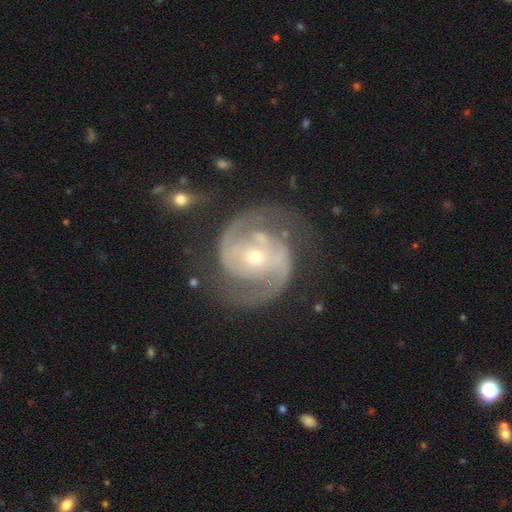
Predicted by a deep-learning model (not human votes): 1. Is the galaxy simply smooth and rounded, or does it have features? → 92% featured or disk, 5% star or artifact, 4% smooth.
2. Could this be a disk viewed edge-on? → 98% no, 2% yes.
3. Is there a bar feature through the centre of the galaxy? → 50% no, 30% weak, 20% strong.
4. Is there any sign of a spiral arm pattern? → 98% yes, 2% no.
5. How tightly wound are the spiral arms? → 56% medium, 34% tight, 10% loose.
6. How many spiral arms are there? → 92% 2, 2% 3, 2% can't tell, 1% 1, 1% 4, 1% more than 4.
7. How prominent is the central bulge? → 60% small, 37% moderate, 2% large, 1% none, 1% dominant.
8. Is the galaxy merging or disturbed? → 75% none, 15% minor disturbance, 8% major disturbance, 3% merger.